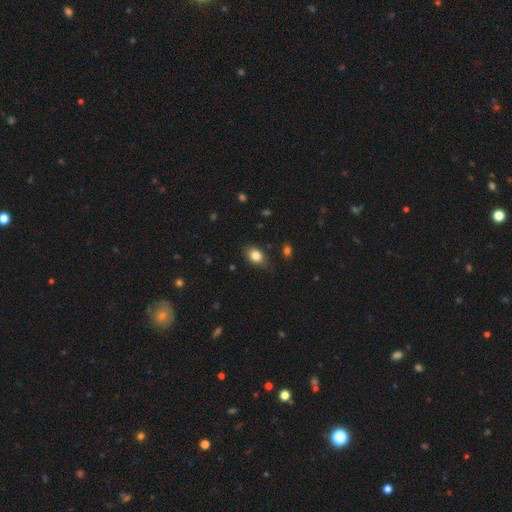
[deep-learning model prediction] Morphology: type=smooth (83%); roundness=in between (79%); merging=none (76%).